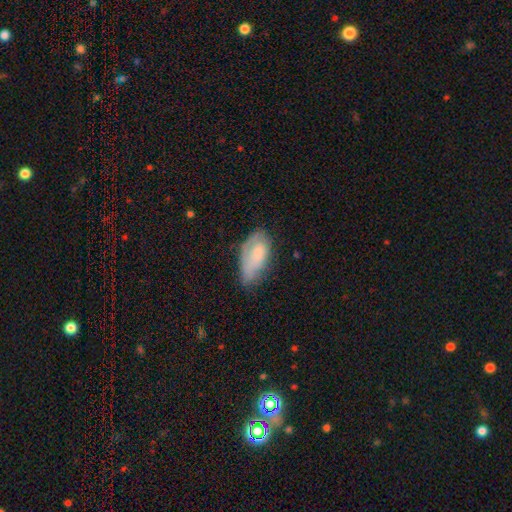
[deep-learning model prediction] Smooth or featured: smooth — 65% (featured or disk — 27%)
How rounded: in between — 91% (cigar-shaped — 5%)
Merging: none — 45% (minor disturbance — 36%)